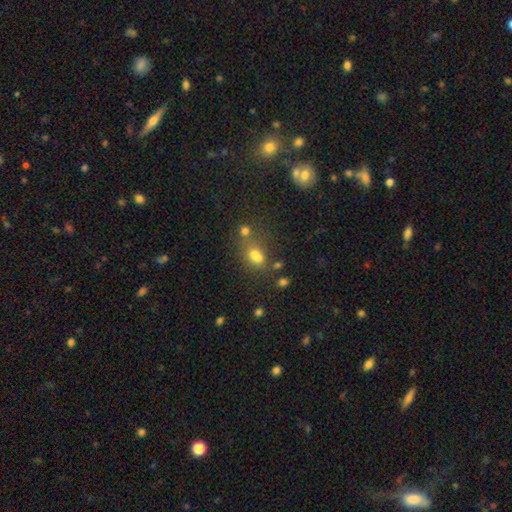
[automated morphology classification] Overall: smooth (67%). How rounded: in between (59%; round 38%). Merging: merger (42%; none 38%).